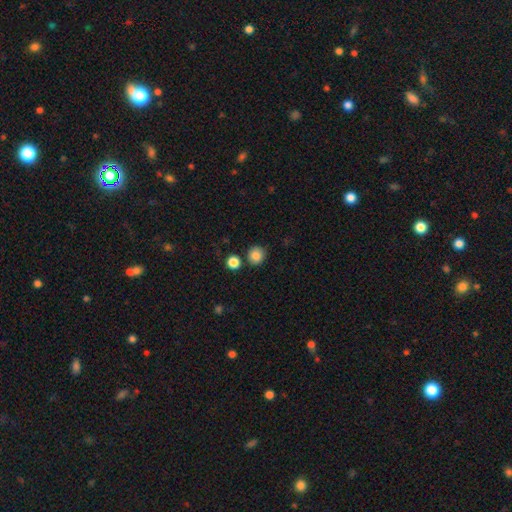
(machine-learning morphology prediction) smooth 84%, star or artifact 10%, featured or disk 5%. Down the decision tree: how rounded — round (90%); merging — none (83%).